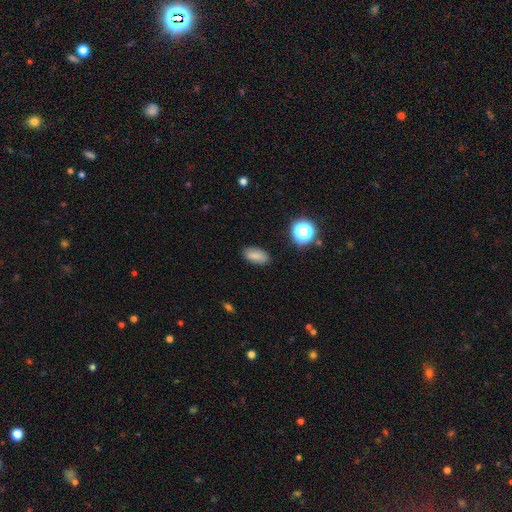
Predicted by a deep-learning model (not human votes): Smooth or featured?
  - smooth: 82% *
  - star or artifact: 11%
  - featured or disk: 7%
How rounded?
  - in between: 89% *
  - cigar-shaped: 6%
  - round: 6%
Merging?
  - none: 85% *
  - minor disturbance: 11%
  - major disturbance: 3%
  - merger: 1%